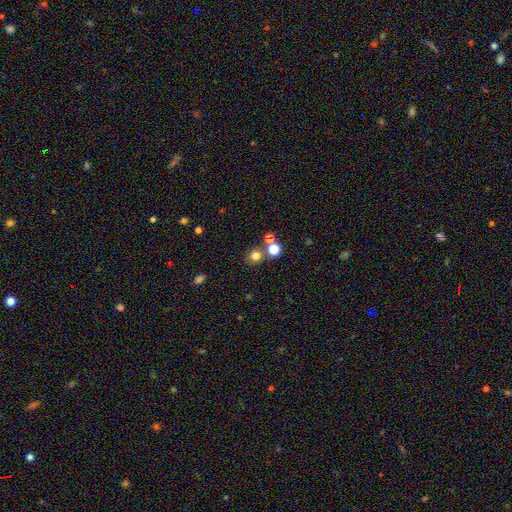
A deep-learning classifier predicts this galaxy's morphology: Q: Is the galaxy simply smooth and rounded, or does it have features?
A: smooth — 75%.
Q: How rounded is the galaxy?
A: round — 88%.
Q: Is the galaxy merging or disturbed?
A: none — 71%.